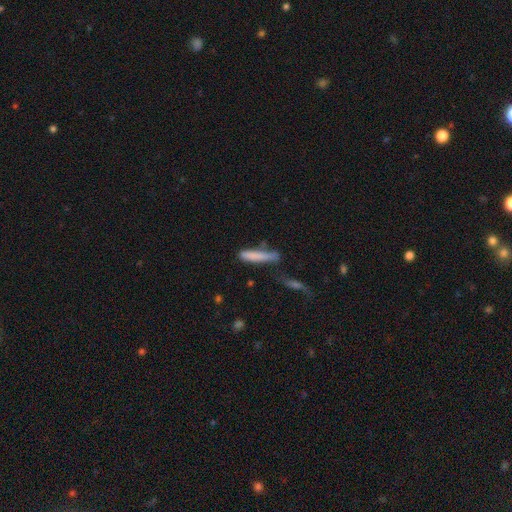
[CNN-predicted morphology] type=smooth (76%); roundness=cigar-shaped (88%); merging=none (54%).